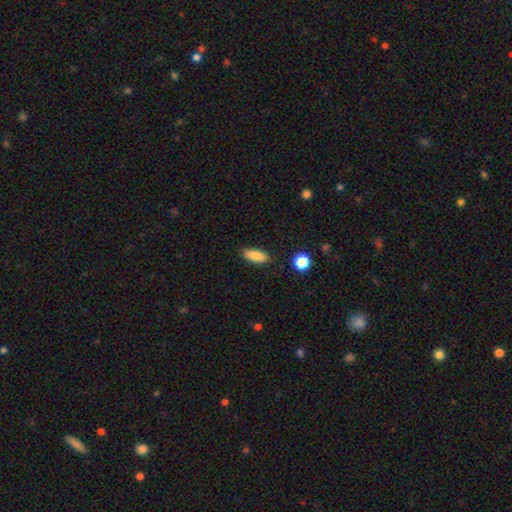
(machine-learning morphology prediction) smooth-or-featured: smooth: 85% | star or artifact: 8% | featured or disk: 7%
  how-rounded: in between: 78% | cigar-shaped: 19% | round: 3%
  merging: none: 88% | minor disturbance: 9% | major disturbance: 2% | merger: 2%